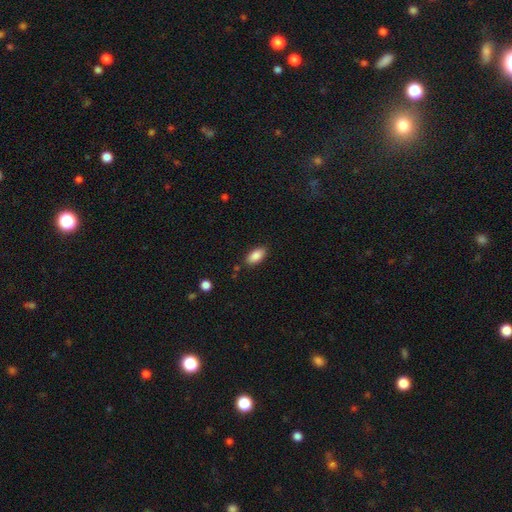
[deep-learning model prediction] smooth-or-featured: smooth: 87% | star or artifact: 7% | featured or disk: 6%
  how-rounded: in between: 90% | cigar-shaped: 7% | round: 3%
  merging: none: 85% | minor disturbance: 11% | major disturbance: 2% | merger: 2%